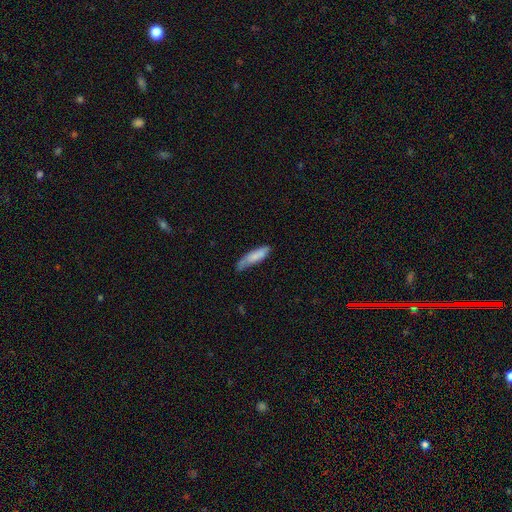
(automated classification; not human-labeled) Smooth or featured?
  - smooth: 77% *
  - featured or disk: 17%
  - star or artifact: 6%
How rounded?
  - cigar-shaped: 66% *
  - in between: 32%
  - round: 2%
Merging?
  - none: 57% *
  - minor disturbance: 32%
  - major disturbance: 8%
  - merger: 3%